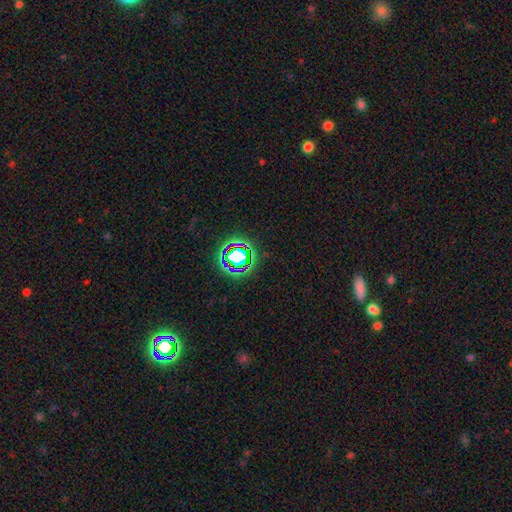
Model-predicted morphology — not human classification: The model was most divided on "smooth or featured": star or artifact: 74%, smooth: 16%, featured or disk: 10%.